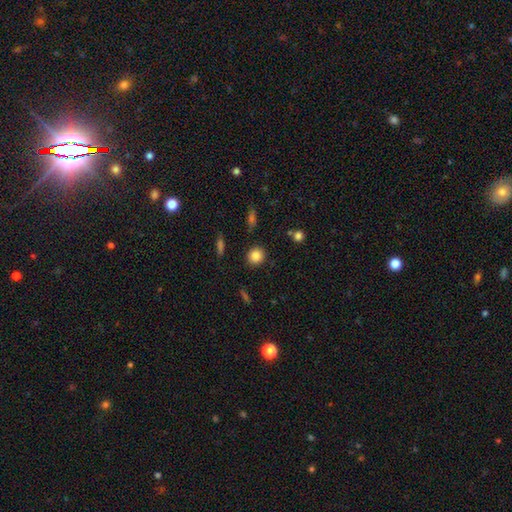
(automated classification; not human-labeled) A smooth galaxy with no disk features (84%) that is round (85%).

Vote fractions:
- Smooth or featured? smooth: 84% / star or artifact: 10% / featured or disk: 6%
- How rounded? round: 85% / in between: 13% / cigar-shaped: 1%
- Merging? none: 89% / minor disturbance: 7% / major disturbance: 2% / merger: 2%